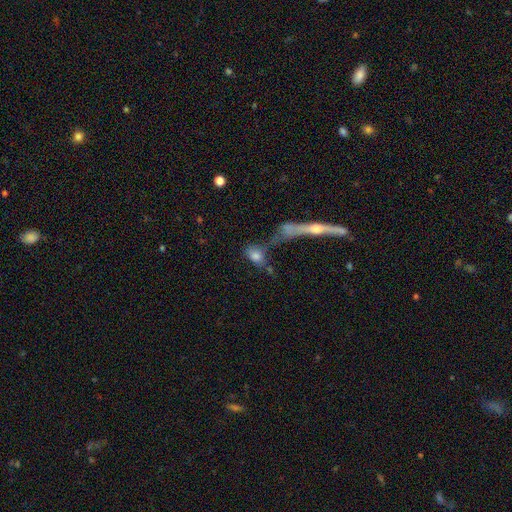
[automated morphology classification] The model was most divided on "merging" (2-way tie): none: 36%, merger: 36%, major disturbance: 14%, minor disturbance: 14%. More confident: smooth or featured — smooth (75%); how rounded — in between (67%).